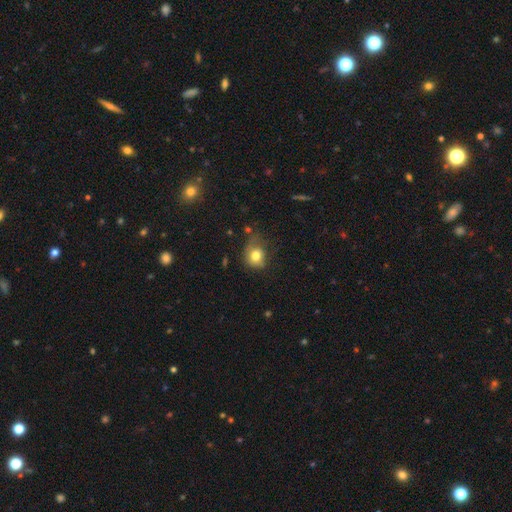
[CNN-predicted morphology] The model was most divided on "merging": none: 51%, minor disturbance: 33%, major disturbance: 13%, merger: 3%. More confident: smooth or featured — smooth (78%); how rounded — round (61%).